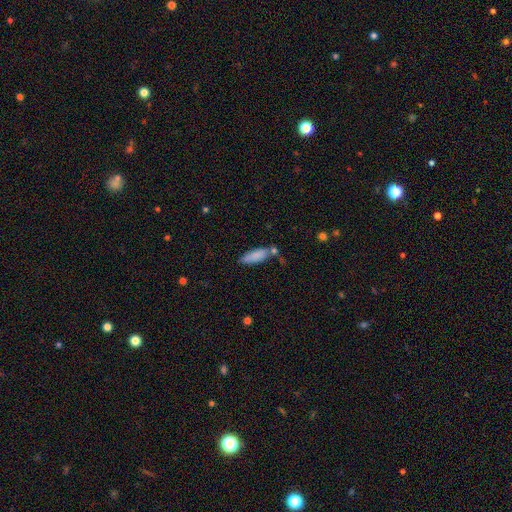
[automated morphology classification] A smooth galaxy with no disk features (85%) that is in between round and cigar-shaped (59%). Merging: none (61%).